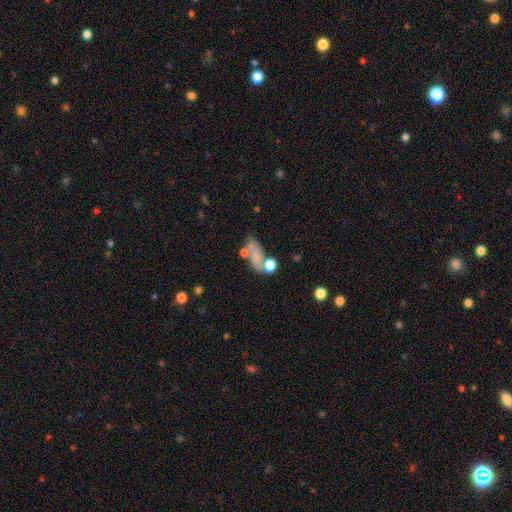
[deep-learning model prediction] smooth_or_featured: smooth (p=0.65) [alt: featured or disk p=0.22]
how_rounded: in between (p=0.73) [alt: cigar-shaped p=0.15]
merging: none (p=0.44) [alt: merger p=0.24]